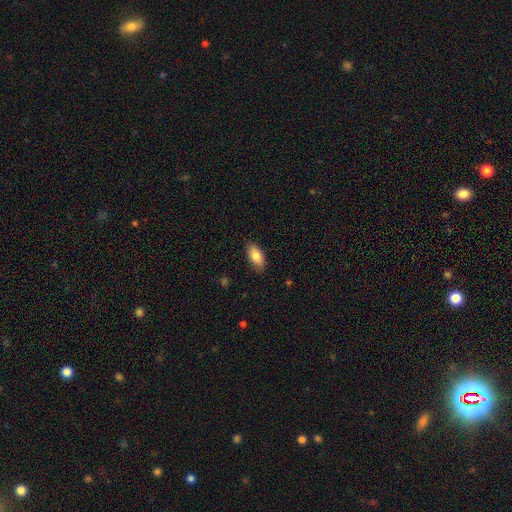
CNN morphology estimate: Smooth or featured? smooth (85%)
How rounded? in between (90%)
Merging? none (86%)